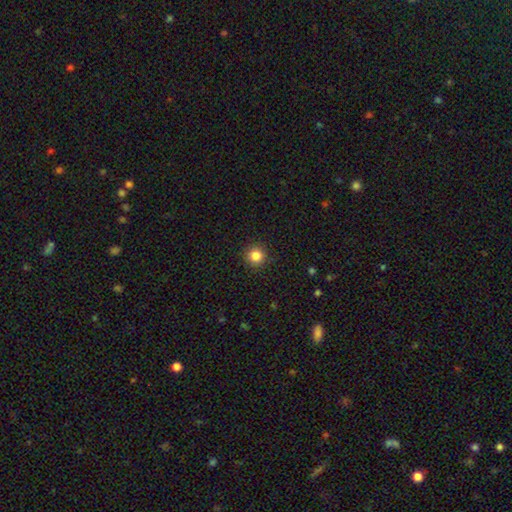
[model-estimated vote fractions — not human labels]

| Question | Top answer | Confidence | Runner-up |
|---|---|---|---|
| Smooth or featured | smooth | 84% | star or artifact (11%) |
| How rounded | round | 94% | in between (5%) |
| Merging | none | 92% | minor disturbance (6%) |